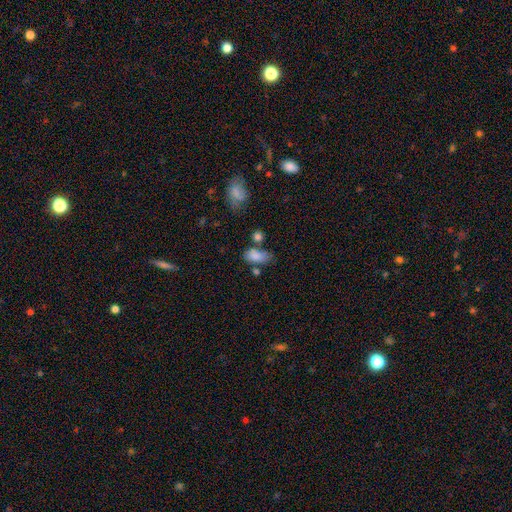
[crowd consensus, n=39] Overall: smooth (74%). How rounded: in between (79%). Merging: none (50%; minor disturbance 26%).